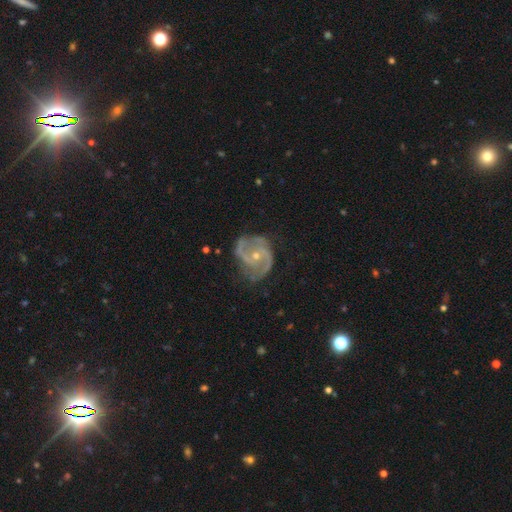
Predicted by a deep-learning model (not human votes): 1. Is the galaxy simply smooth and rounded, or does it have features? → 89% featured or disk, 6% smooth, 5% star or artifact.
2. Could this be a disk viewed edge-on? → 98% no, 2% yes.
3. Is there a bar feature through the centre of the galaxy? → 58% no, 31% weak, 11% strong.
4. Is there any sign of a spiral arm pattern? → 97% yes, 3% no.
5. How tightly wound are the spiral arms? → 55% medium, 27% tight, 18% loose.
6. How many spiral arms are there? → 76% 2, 12% 3, 6% can't tell, 2% 1, 2% 4, 2% more than 4.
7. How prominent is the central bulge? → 59% small, 39% moderate, 1% none, 1% large, 1% dominant.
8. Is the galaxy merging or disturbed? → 66% none, 23% minor disturbance, 10% major disturbance, 2% merger.